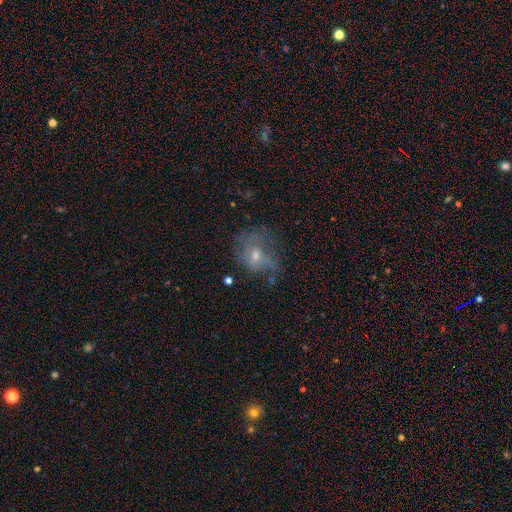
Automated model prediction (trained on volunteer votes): This is possibly a featured or disk galaxy (46%). Merging: marginally none (41%).